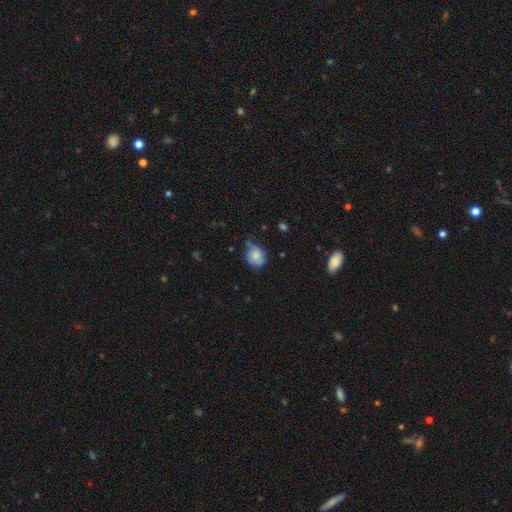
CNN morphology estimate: Smooth or featured? Predicted: smooth (p=0.70). How rounded? Predicted: round (p=0.54). Merging? Predicted: none (p=0.43).